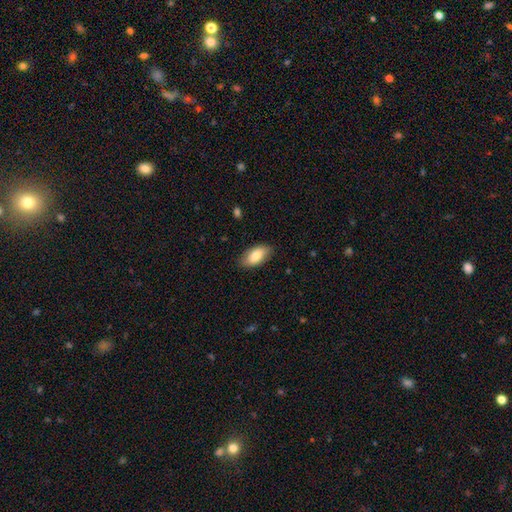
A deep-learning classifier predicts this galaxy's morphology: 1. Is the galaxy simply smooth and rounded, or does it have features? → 81% smooth, 13% featured or disk, 6% star or artifact.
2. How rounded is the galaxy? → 93% in between, 4% cigar-shaped, 3% round.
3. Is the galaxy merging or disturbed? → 86% none, 11% minor disturbance, 2% major disturbance, 1% merger.